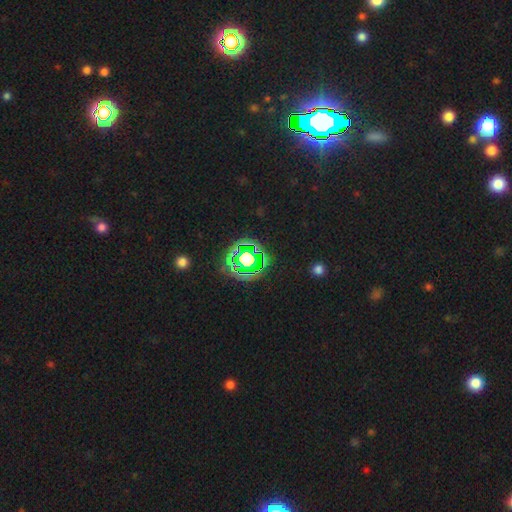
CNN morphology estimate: type=star or artifact (69%).